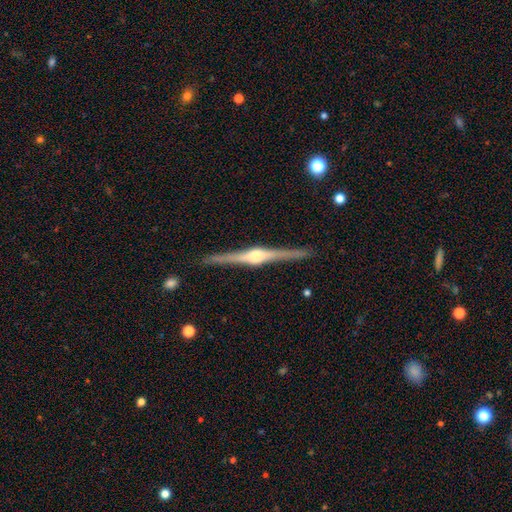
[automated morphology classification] A featured or disk galaxy (88%) viewed edge-on (99%) with a rounded central bulge (89%). Merging: none (91%).